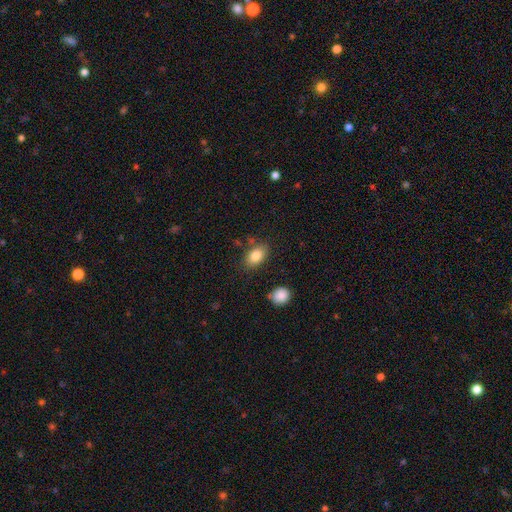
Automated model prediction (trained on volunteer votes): This appears to be a smooth galaxy with no disk features (84%) that is in between round and cigar-shaped (86%). Merging: none (79%).